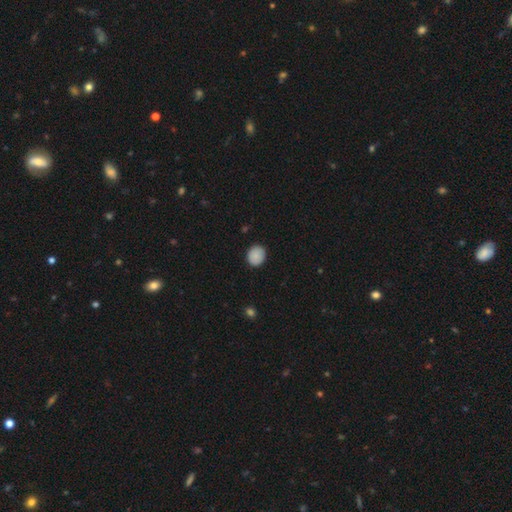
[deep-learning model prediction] smooth_or_featured: smooth (p=0.88) [alt: star or artifact p=0.08]
how_rounded: round (p=0.72) [alt: in between p=0.27]
merging: none (p=0.88) [alt: minor disturbance p=0.10]